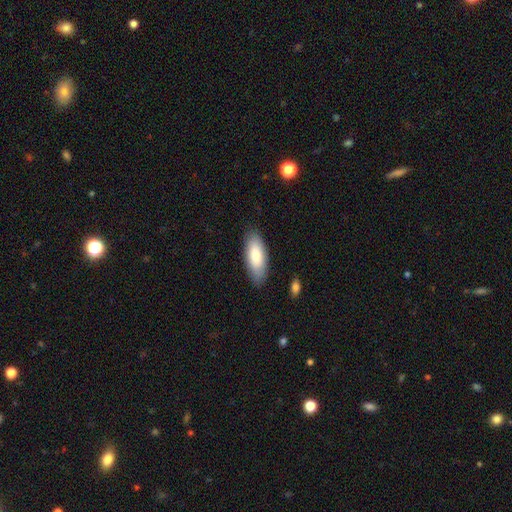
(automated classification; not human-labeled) Morphology: type=smooth (82%); roundness=in between (79%); merging=none (84%).